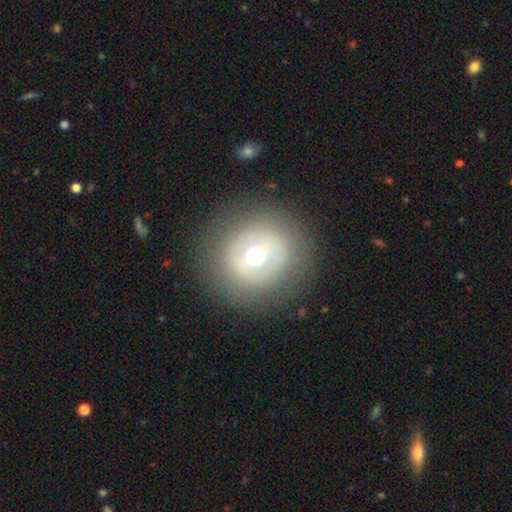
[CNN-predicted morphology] Smooth or featured? smooth (50%)
How rounded? round (87%)
Merging? none (83%)